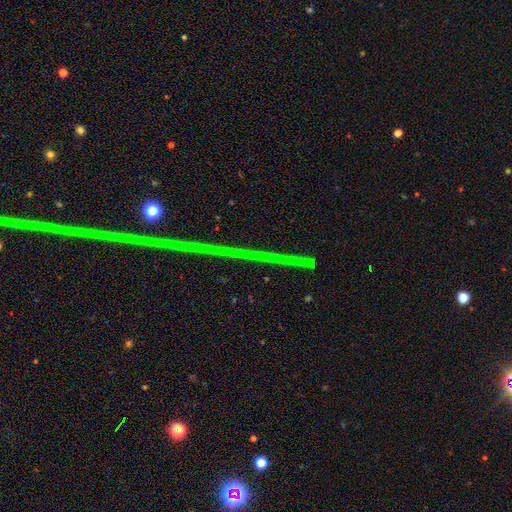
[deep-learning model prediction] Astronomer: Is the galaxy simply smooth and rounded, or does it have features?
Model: star or artifact — 82%.